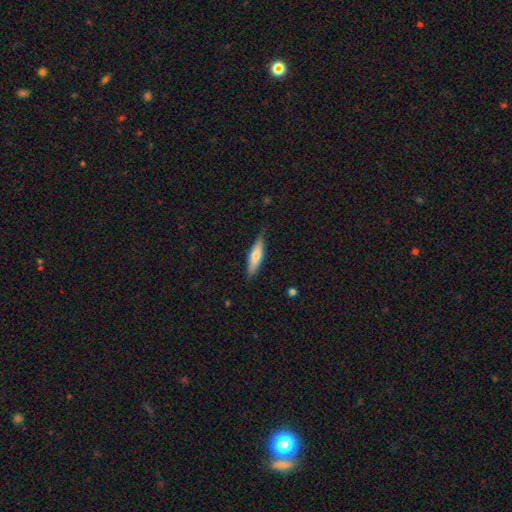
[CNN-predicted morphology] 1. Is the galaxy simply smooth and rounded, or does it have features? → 61% smooth, 33% featured or disk, 6% star or artifact.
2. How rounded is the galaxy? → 70% cigar-shaped, 28% in between, 2% round.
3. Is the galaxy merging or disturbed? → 80% none, 17% minor disturbance, 2% major disturbance, 1% merger.